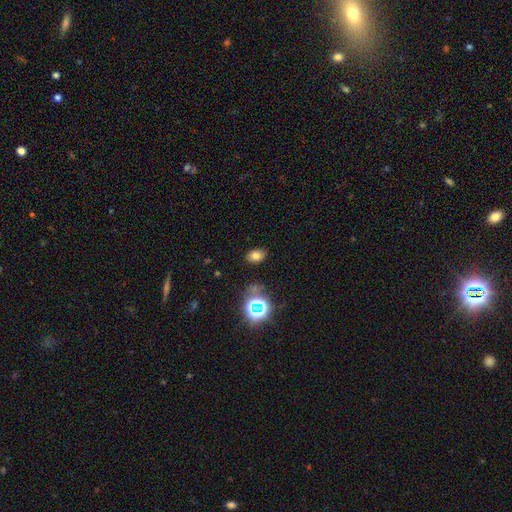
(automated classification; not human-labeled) Smooth or featured? Predicted: smooth (p=0.72). How rounded? Predicted: in between (p=0.80). Merging? Predicted: none (p=0.83).